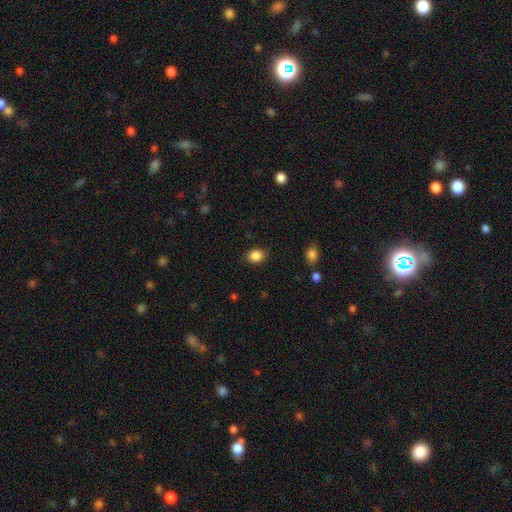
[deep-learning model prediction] smooth-or-featured: smooth: 86% | star or artifact: 9% | featured or disk: 4%
  how-rounded: round: 51% | in between: 48% | cigar-shaped: 1%
  merging: none: 84% | minor disturbance: 12% | major disturbance: 3% | merger: 1%